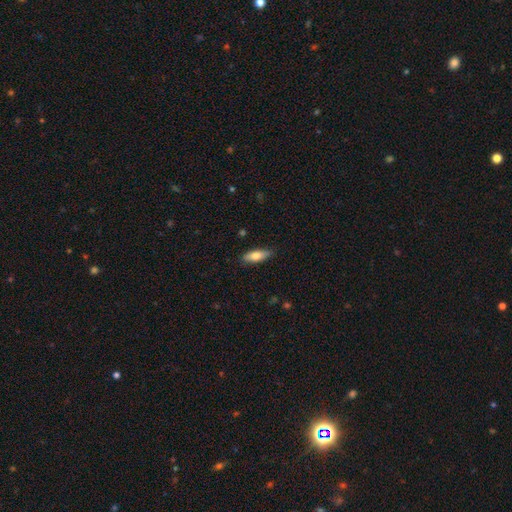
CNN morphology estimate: Overall: smooth (75%). How rounded: in between (63%; cigar-shaped 35%). Merging: none (84%).